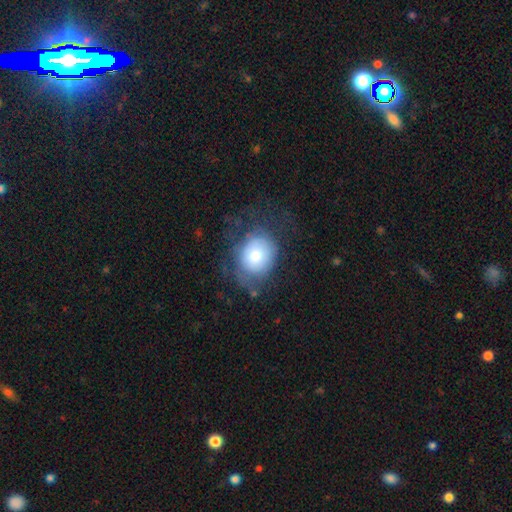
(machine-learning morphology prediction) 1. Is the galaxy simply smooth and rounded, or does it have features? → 66% smooth, 26% featured or disk, 8% star or artifact.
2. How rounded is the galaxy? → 60% round, 39% in between, 1% cigar-shaped.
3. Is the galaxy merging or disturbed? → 50% none, 26% minor disturbance, 22% major disturbance, 2% merger.